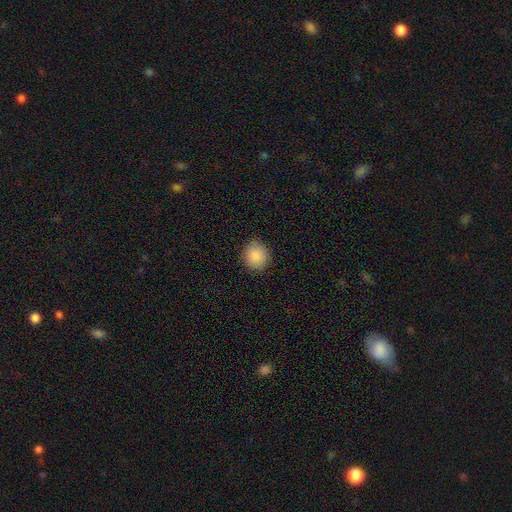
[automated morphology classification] This appears to be a smooth galaxy with no disk features (89%) that is round (91%). Merging: none (91%).